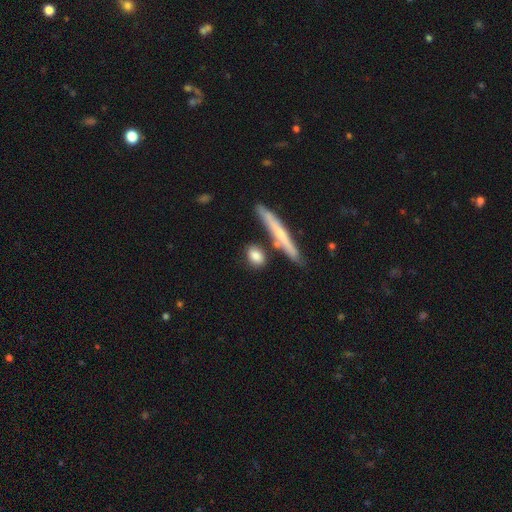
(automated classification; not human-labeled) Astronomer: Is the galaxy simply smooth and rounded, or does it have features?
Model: smooth — 78%.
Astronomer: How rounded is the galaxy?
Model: in between — 42% (runner-up: round, 29%).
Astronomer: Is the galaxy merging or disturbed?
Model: none — 73%.